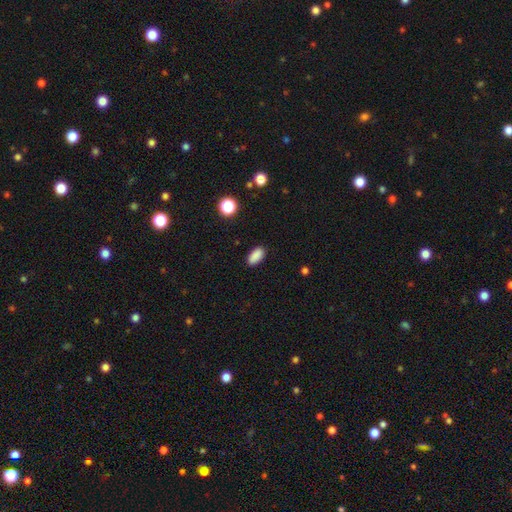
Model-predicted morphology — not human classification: The model was most divided on "smooth or featured": smooth: 87%, star or artifact: 9%, featured or disk: 3%. More confident: how rounded — in between (90%); merging — none (88%).